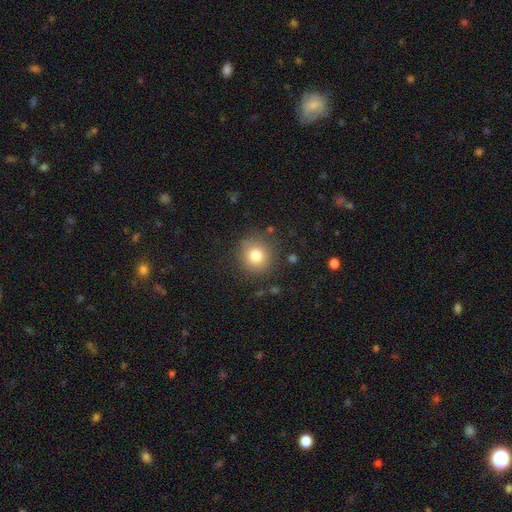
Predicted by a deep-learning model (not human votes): smooth-or-featured: smooth: 80% | star or artifact: 11% | featured or disk: 9%
  how-rounded: round: 91% | in between: 8% | cigar-shaped: 1%
  merging: none: 86% | minor disturbance: 9% | major disturbance: 3% | merger: 2%